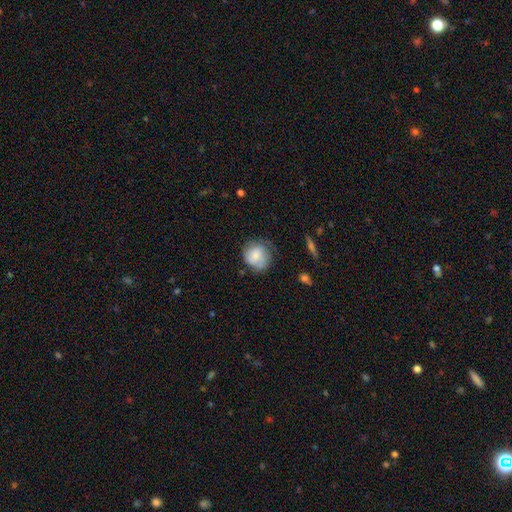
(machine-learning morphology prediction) smooth_or_featured: smooth (p=0.66) [alt: featured or disk p=0.26]
how_rounded: round (p=0.81) [alt: in between p=0.18]
merging: none (p=0.58) [alt: minor disturbance p=0.29]